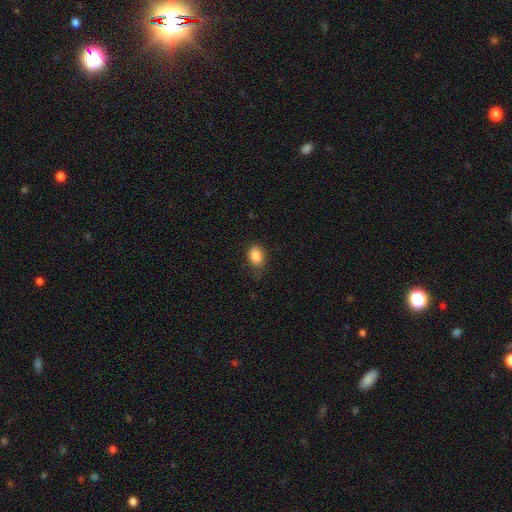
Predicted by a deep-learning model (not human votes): Smooth or featured: smooth — 86% (star or artifact — 9%)
How rounded: in between — 79% (round — 20%)
Merging: none — 71% (minor disturbance — 22%)